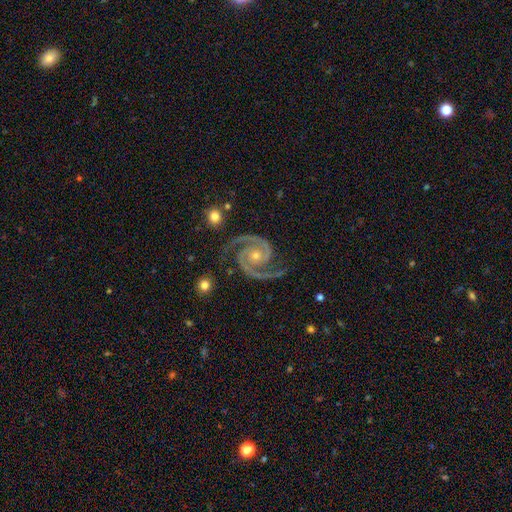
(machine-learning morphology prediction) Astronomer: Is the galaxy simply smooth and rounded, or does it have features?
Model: featured or disk — 94%.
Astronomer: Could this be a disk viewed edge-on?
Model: no — 98%.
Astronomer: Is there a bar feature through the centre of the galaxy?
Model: no — 71%.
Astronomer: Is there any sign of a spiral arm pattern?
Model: yes — 99%.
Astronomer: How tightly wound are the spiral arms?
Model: tight — 49% (runner-up: medium, 45%).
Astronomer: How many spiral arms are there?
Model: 2 — 94%.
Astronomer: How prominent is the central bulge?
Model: small — 52% (runner-up: moderate, 44%).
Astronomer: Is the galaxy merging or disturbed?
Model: none — 82%.